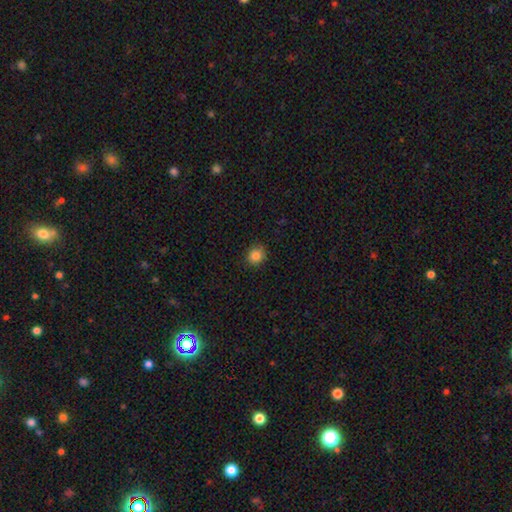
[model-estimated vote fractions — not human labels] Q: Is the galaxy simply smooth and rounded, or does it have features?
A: smooth — 85%.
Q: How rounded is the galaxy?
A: round — 82%.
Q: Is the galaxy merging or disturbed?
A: none — 88%.